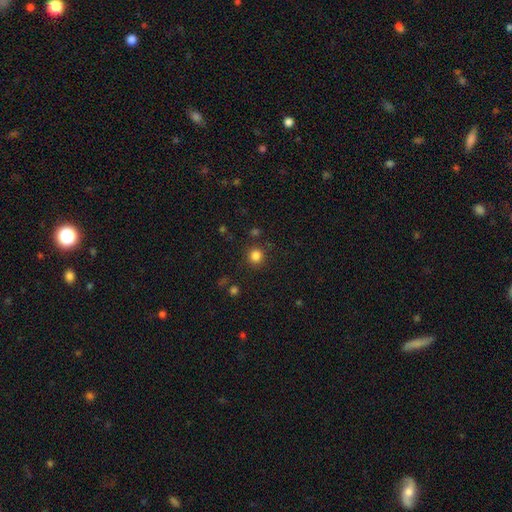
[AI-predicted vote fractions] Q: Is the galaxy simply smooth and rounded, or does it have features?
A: smooth — 83%.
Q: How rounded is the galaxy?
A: round — 93%.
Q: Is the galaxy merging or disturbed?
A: none — 88%.